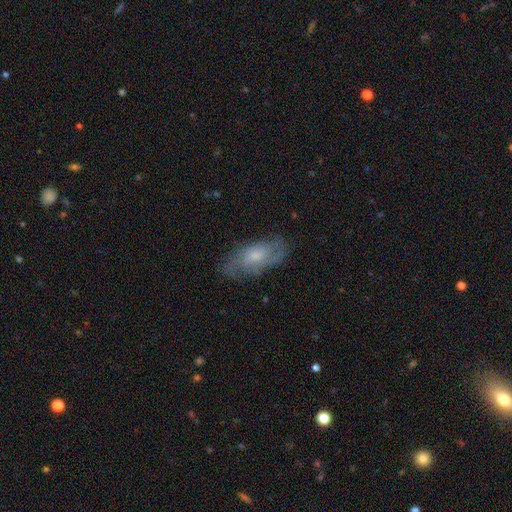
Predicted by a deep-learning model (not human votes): Smooth or featured? featured or disk (62%)
Edge-on disk? no (90%)
Bar? no (69%)
Spiral arms? yes (83%)
Bulge size? small (47%)
Merging? none (70%)